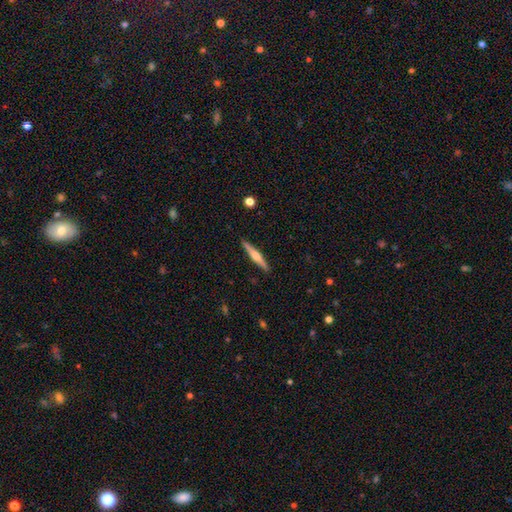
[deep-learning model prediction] This is likely a featured or disk galaxy (63%). It is clearly viewed edge-on (98%). Edge-on bulge: clearly rounded (88%). Merging: clearly none (91%).